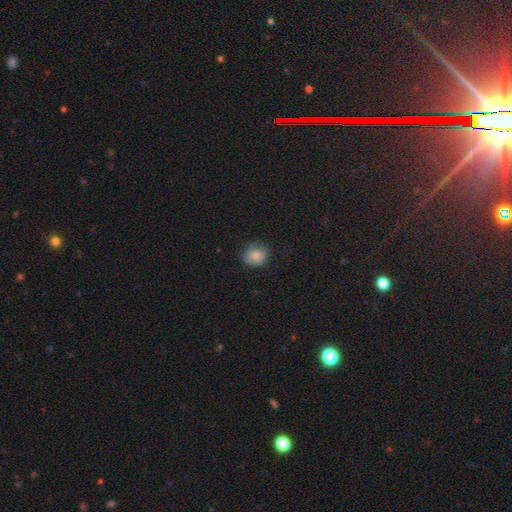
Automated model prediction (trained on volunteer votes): smooth-or-featured: smooth: 83% | star or artifact: 9% | featured or disk: 8%
  how-rounded: round: 78% | in between: 21% | cigar-shaped: 1%
  merging: none: 76% | minor disturbance: 19% | major disturbance: 4% | merger: 1%